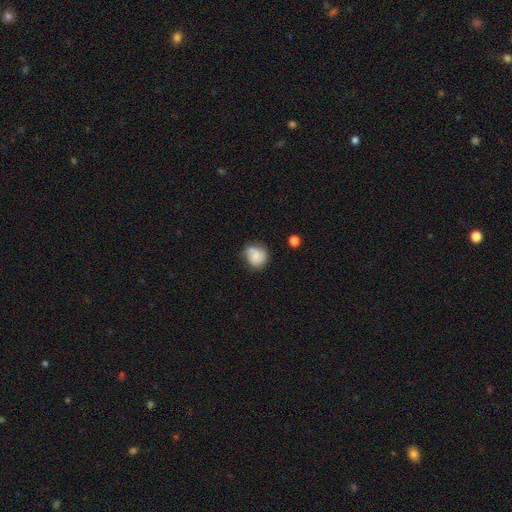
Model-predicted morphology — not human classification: smooth-or-featured: smooth: 78% | featured or disk: 14% | star or artifact: 9%
  how-rounded: round: 72% | in between: 27% | cigar-shaped: 1%
  merging: none: 55% | minor disturbance: 27% | merger: 10% | major disturbance: 8%